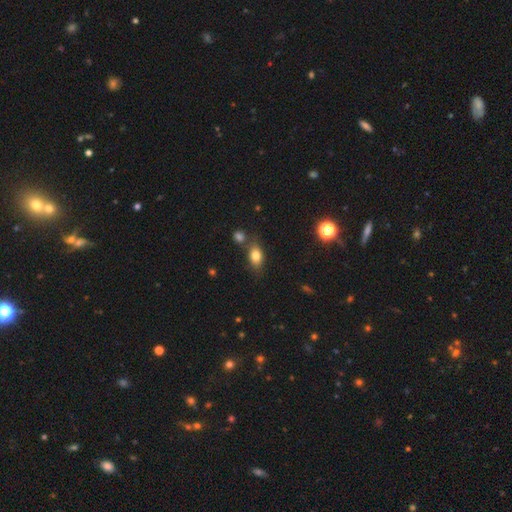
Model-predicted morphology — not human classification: smooth 79%, featured or disk 11%, star or artifact 10%. Down the decision tree: how rounded — in between (83%); merging — none (67%).